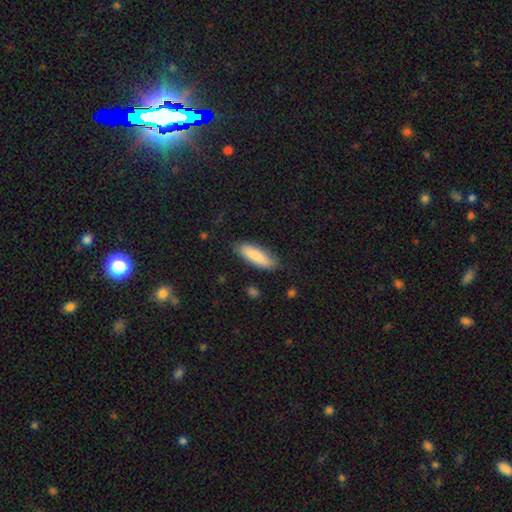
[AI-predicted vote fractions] Smooth or featured: smooth — 86% (featured or disk — 8%)
How rounded: in between — 51% (cigar-shaped — 48%)
Merging: none — 84% (minor disturbance — 12%)